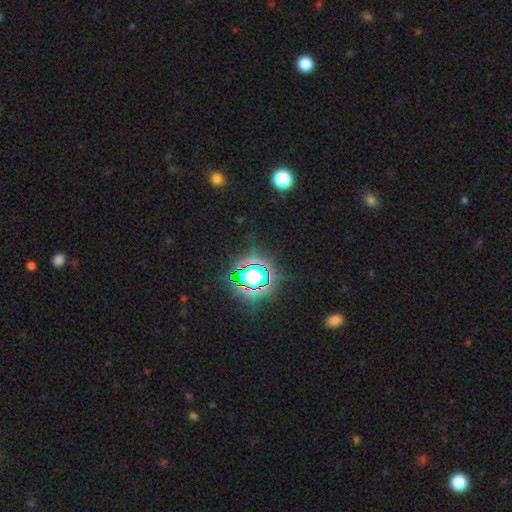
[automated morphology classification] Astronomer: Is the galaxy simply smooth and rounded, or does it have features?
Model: star or artifact — 70%.